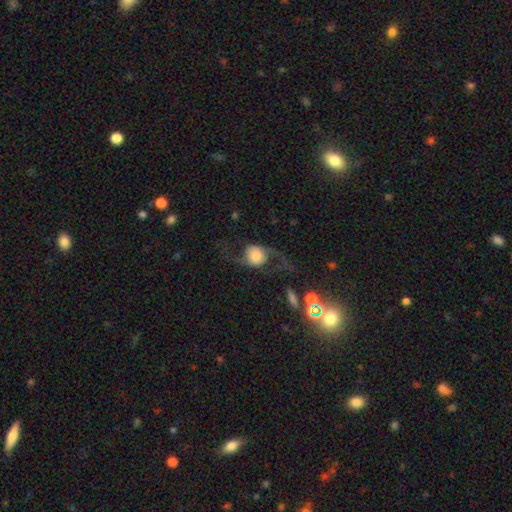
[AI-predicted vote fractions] The model was most divided on "bulge size": moderate: 33%, large: 30%, dominant: 20%, small: 14%, none: 3%. More confident: edge-on disk — no (92%); spiral arm count — 2 (90%); spiral arms — yes (88%); spiral winding — loose (83%); bar — no (71%); smooth or featured — featured or disk (63%); merging — none (54%).